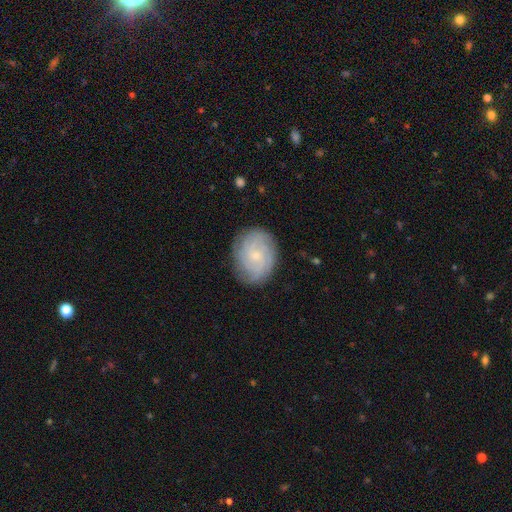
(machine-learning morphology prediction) featured or disk 72%, smooth 20%, star or artifact 8%. Down the decision tree: edge-on disk — no (97%); bar — no (73%); spiral arms — yes (95%); spiral arm count — can't tell (35%); spiral winding — tight (71%); bulge size — small (74%); merging — none (83%).